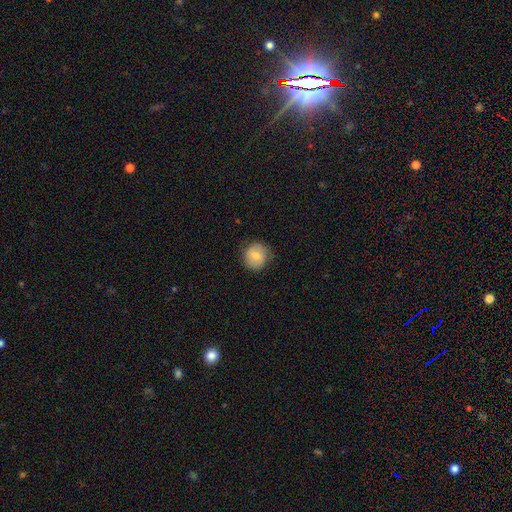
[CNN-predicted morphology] Overall: smooth (72%). How rounded: round (90%). Merging: none (82%).